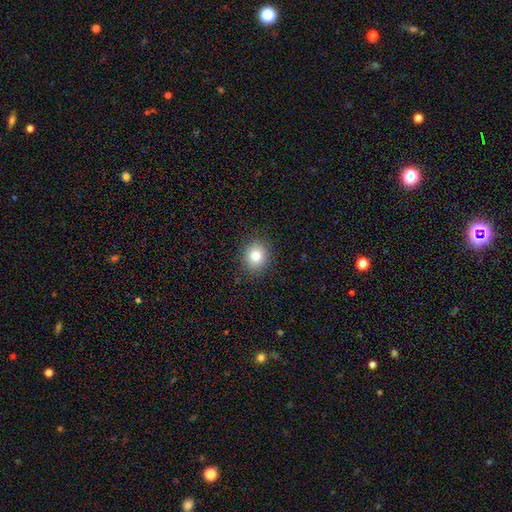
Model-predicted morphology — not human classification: Smooth or featured: smooth — 80% (star or artifact — 11%)
How rounded: round — 77% (in between — 23%)
Merging: none — 89% (minor disturbance — 8%)